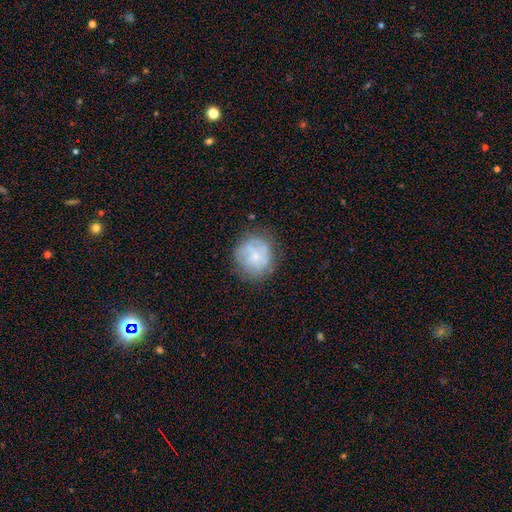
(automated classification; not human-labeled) A smooth galaxy with no disk features (49%).

Vote fractions:
- Smooth or featured? smooth: 49% / featured or disk: 41% / star or artifact: 10%
- Merging? none: 69% / minor disturbance: 19% / major disturbance: 9% / merger: 2%